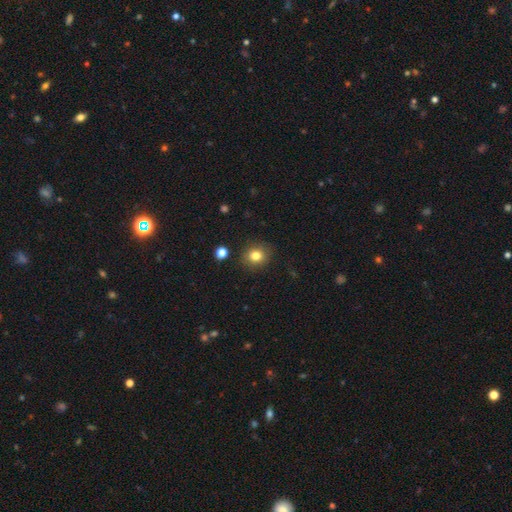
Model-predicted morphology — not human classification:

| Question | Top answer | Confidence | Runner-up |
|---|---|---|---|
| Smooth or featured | smooth | 81% | star or artifact (12%) |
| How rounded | round | 79% | in between (20%) |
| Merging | none | 88% | minor disturbance (8%) |